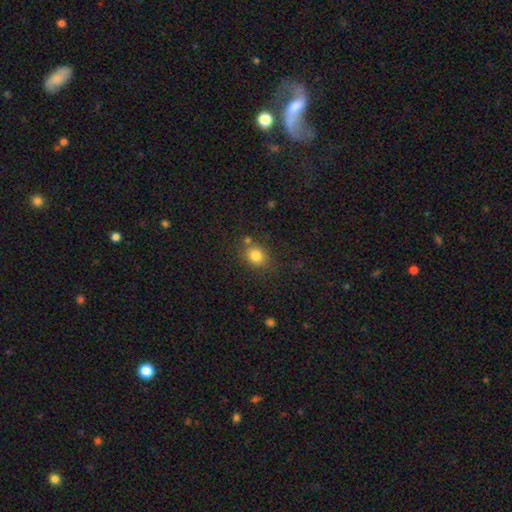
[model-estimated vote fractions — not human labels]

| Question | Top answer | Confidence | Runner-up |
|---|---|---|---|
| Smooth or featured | smooth | 81% | star or artifact (12%) |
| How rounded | round | 64% | in between (35%) |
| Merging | none | 70% | minor disturbance (15%) |